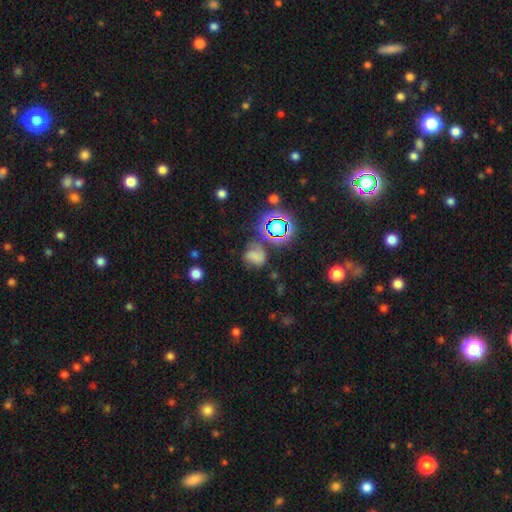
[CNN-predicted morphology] smooth 51%, star or artifact 29%, featured or disk 20%. Down the decision tree: how rounded — round (50%); merging — none (45%).